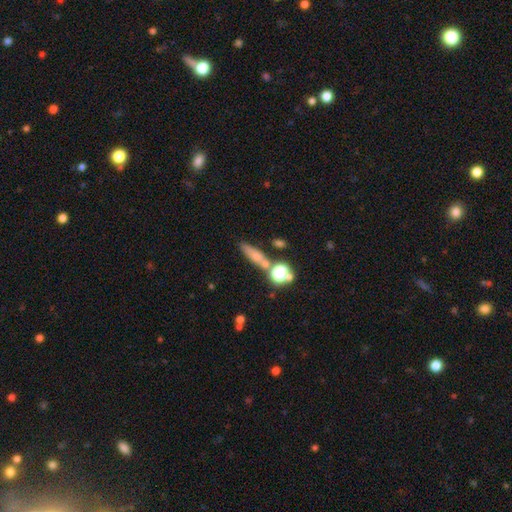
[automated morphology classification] smooth 64%, featured or disk 19%, star or artifact 17%. Down the decision tree: how rounded — cigar-shaped (63%); merging — none (66%).